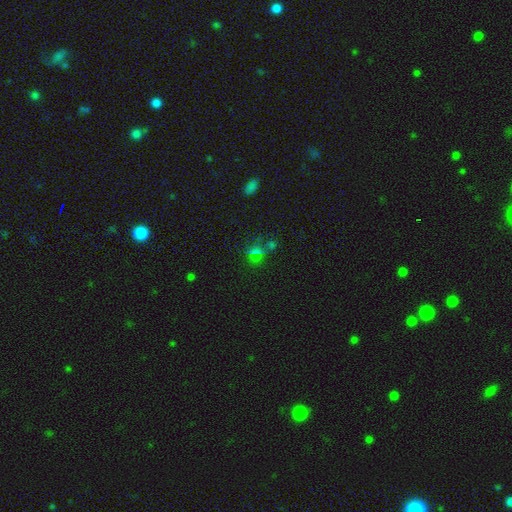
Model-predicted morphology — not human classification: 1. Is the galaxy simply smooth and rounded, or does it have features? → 50% star or artifact, 39% smooth, 11% featured or disk.